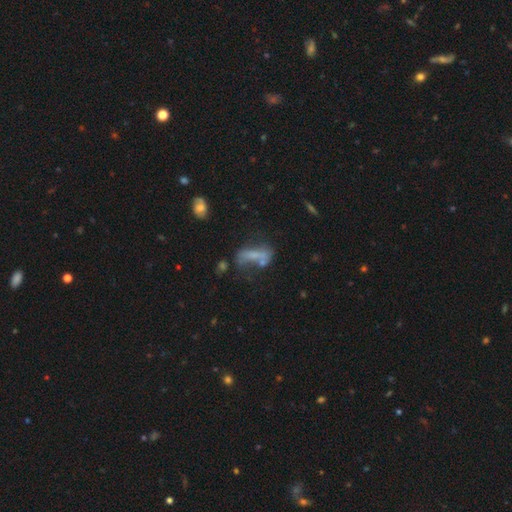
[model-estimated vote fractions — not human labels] Q: Smooth or featured?
A: smooth (49%); runner-up: featured or disk (36%)
Q: Merging?
A: none (33%); runner-up: major disturbance (25%)